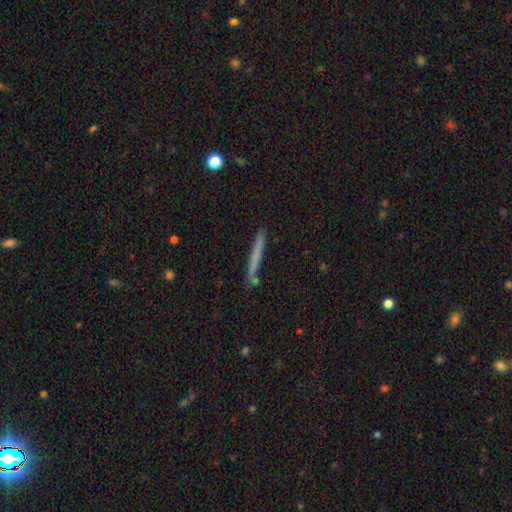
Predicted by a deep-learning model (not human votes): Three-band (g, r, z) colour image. It shows a smooth galaxy with no disk features (58%) that is cigar-shaped (96%). Merging: none (82%).